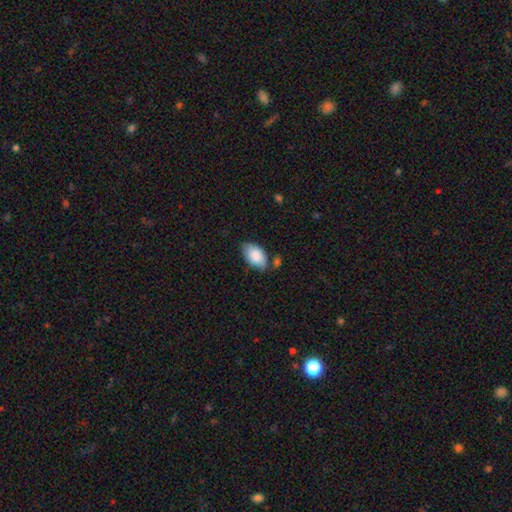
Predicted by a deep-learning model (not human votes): The model was most divided on "merging": none: 66%, minor disturbance: 23%, merger: 6%, major disturbance: 4%. More confident: how rounded — in between (94%); smooth or featured — smooth (87%).